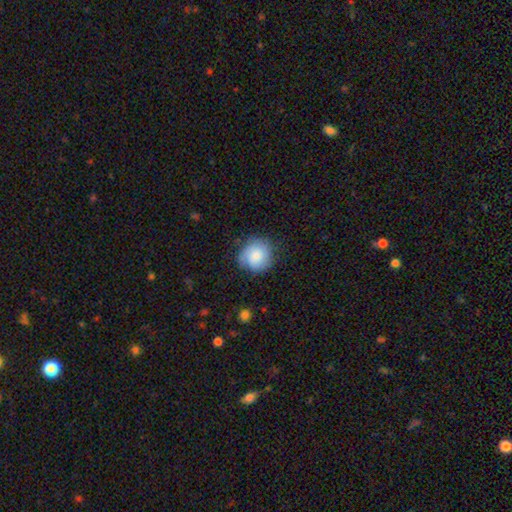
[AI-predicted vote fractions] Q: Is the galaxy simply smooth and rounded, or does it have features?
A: smooth — 70%.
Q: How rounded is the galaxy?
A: round — 85%.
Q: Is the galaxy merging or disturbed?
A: none — 70%.